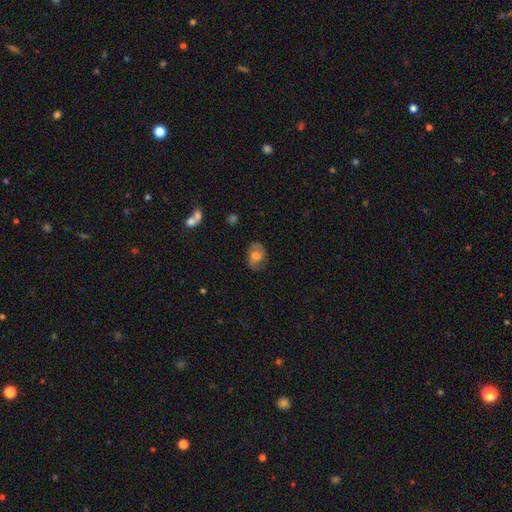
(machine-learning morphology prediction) Overall: smooth (51%; featured or disk 40%). How rounded: in between (69%). Merging: none (69%).